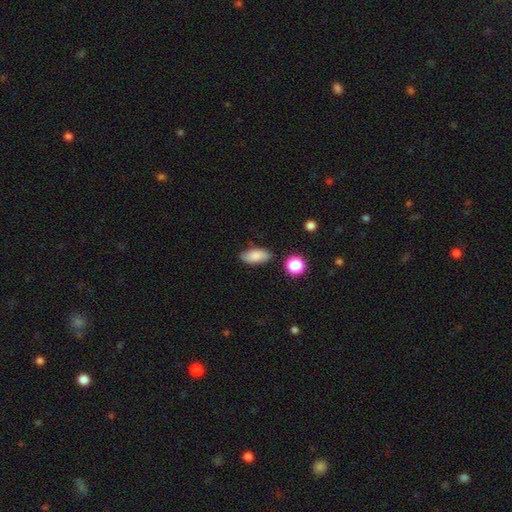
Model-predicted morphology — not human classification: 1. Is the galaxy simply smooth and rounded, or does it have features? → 84% smooth, 8% star or artifact, 8% featured or disk.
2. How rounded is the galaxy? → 89% in between, 7% cigar-shaped, 4% round.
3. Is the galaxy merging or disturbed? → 82% none, 13% minor disturbance, 3% major disturbance, 3% merger.